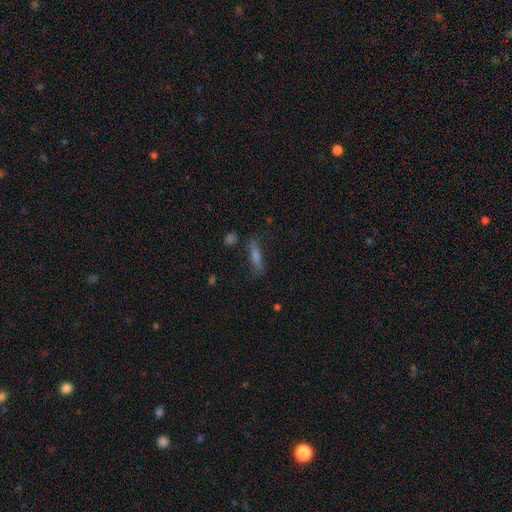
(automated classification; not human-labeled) Morphology: type=smooth (50%); roundness=cigar-shaped (77%); merging=none (69%).